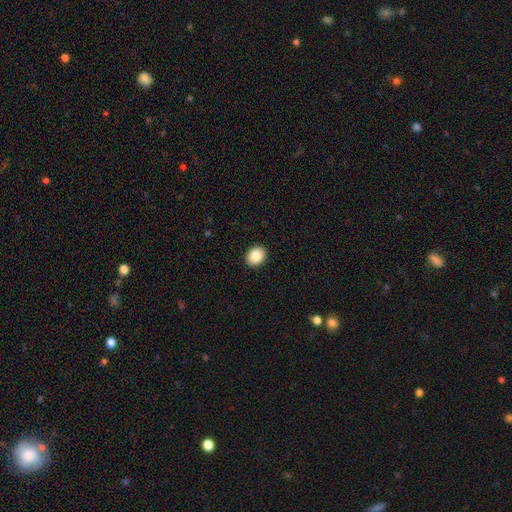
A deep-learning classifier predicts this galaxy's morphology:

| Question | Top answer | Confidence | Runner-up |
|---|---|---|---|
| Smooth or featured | smooth | 87% | star or artifact (8%) |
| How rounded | round | 56% | in between (43%) |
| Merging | none | 92% | minor disturbance (5%) |